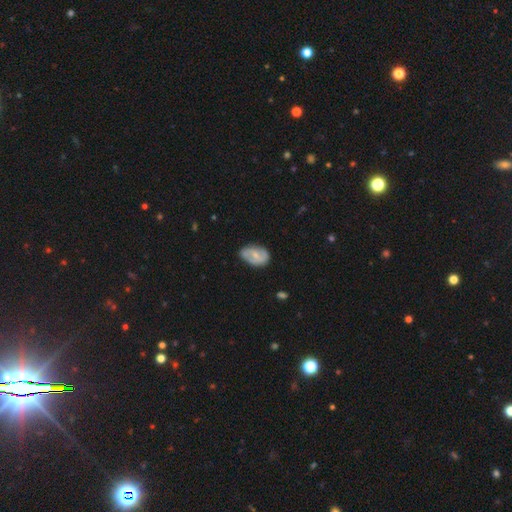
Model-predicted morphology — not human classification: smooth-or-featured: featured or disk: 51% | smooth: 43% | star or artifact: 6%
  disk-edge-on: no: 95% | yes: 5%
  merging: none: 63% | minor disturbance: 29% | major disturbance: 7% | merger: 2%